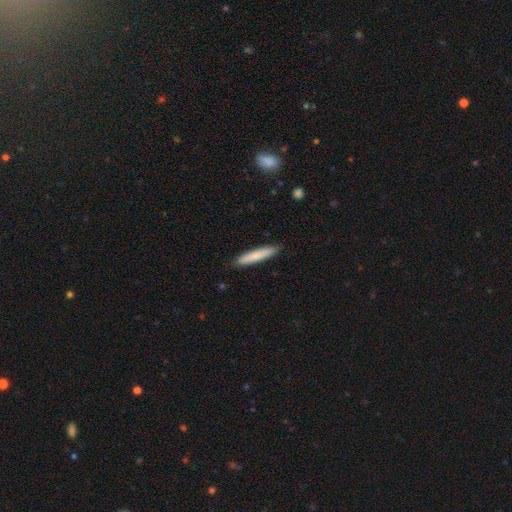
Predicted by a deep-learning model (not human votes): This appears to be a smooth galaxy with no disk features (76%) that is cigar-shaped (92%). Merging: none (89%).